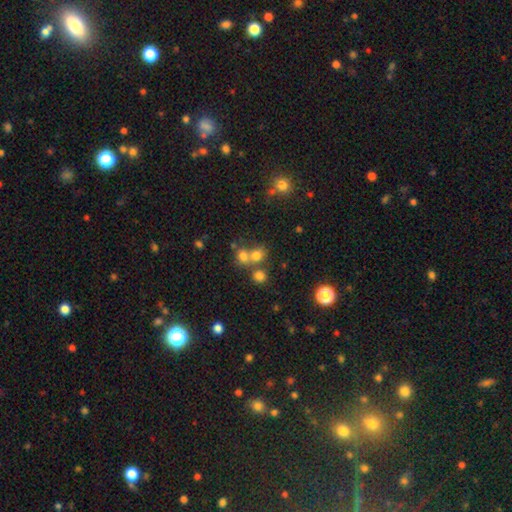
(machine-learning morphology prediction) smooth-or-featured: smooth: 71% | star or artifact: 18% | featured or disk: 11%
  how-rounded: round: 72% | in between: 27% | cigar-shaped: 1%
  merging: none: 46% | merger: 42% | minor disturbance: 8% | major disturbance: 4%